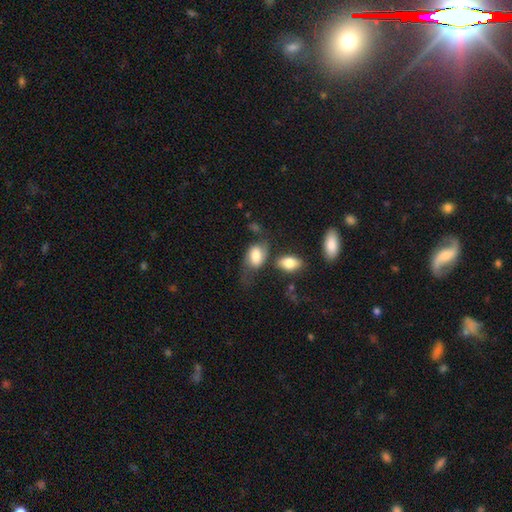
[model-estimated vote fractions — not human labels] The model was most divided on "merging": none: 38%, minor disturbance: 24%, major disturbance: 23%, merger: 15%. More confident: how rounded — in between (84%); smooth or featured — smooth (66%).